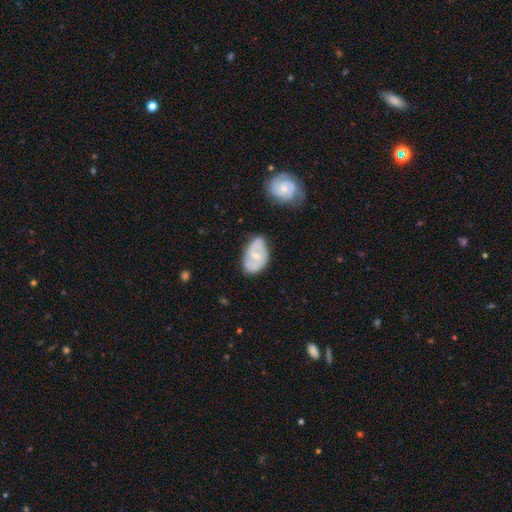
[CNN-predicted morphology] This appears to be a featured or disk galaxy (60%) with no bar (53%), spiral arms (73%) and a small central bulge (52%). Merging: none (61%).